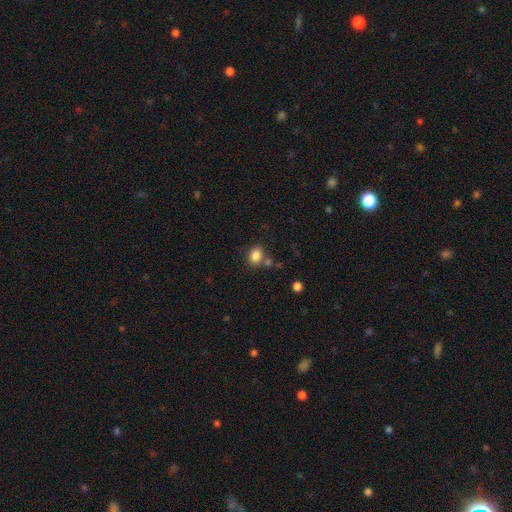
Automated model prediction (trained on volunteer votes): Smooth or featured?
  - smooth: 84% *
  - star or artifact: 10%
  - featured or disk: 6%
How rounded?
  - in between: 53% *
  - round: 47%
  - cigar-shaped: 1%
Merging?
  - none: 73% *
  - merger: 12%
  - minor disturbance: 11%
  - major disturbance: 4%